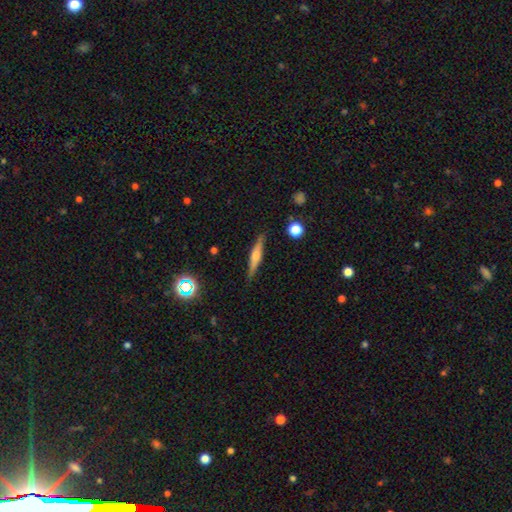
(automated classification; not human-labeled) This is possibly a featured or disk galaxy (58%). It is clearly viewed edge-on (96%). Edge-on bulge: likely rounded (78%). Merging: clearly none (88%).